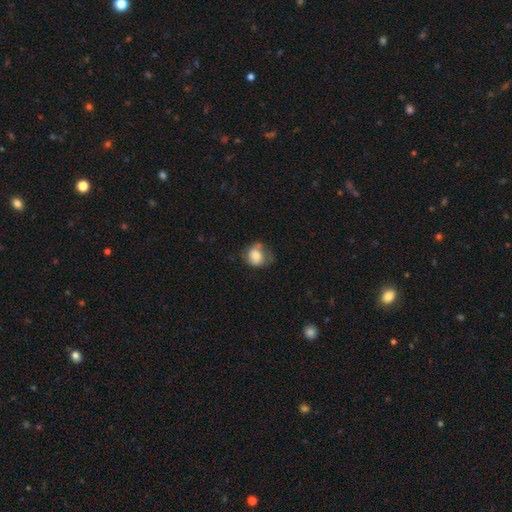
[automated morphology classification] This is likely a smooth galaxy (72%). How rounded: likely round (63%). Merging: marginally none (39%).